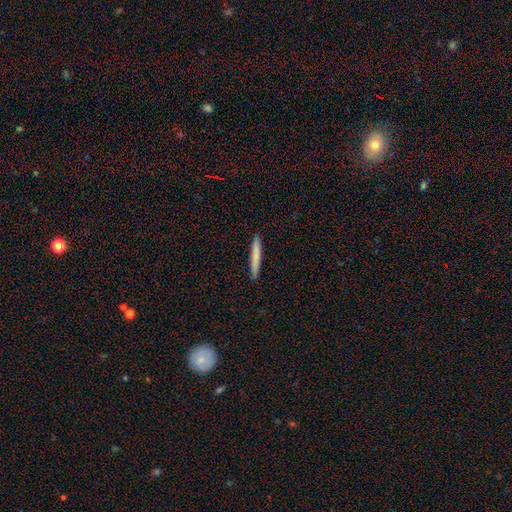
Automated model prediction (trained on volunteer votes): Smooth or featured?
  - smooth: 77% *
  - featured or disk: 18%
  - star or artifact: 6%
How rounded?
  - cigar-shaped: 96% *
  - in between: 3%
  - round: 1%
Merging?
  - none: 93% *
  - minor disturbance: 5%
  - major disturbance: 1%
  - merger: 1%